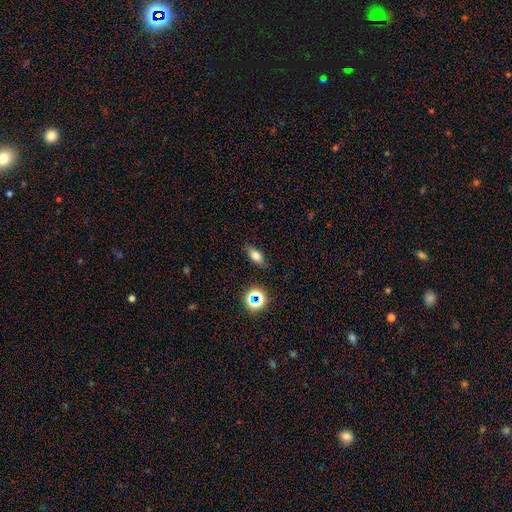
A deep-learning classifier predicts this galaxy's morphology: This is likely a smooth galaxy (73%). How rounded: likely in between (77%). Merging: clearly none (83%).